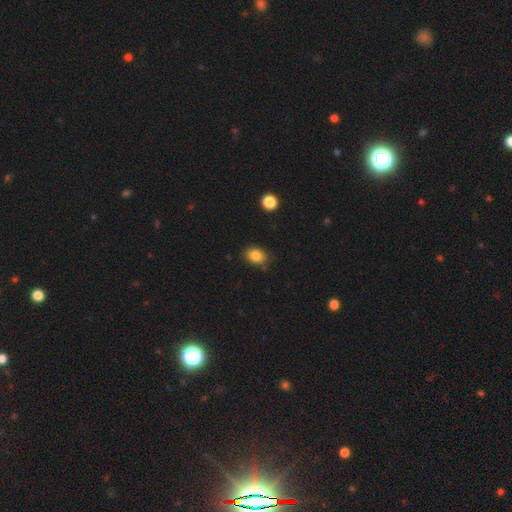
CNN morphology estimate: This is clearly a smooth galaxy (84%). How rounded: likely in between (72%). Merging: clearly none (83%).